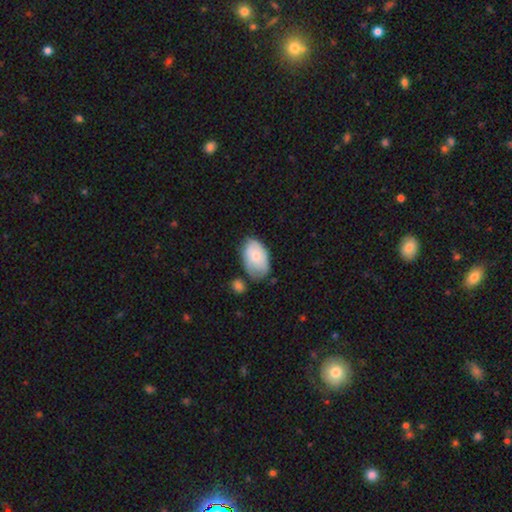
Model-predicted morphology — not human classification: A smooth galaxy with no disk features (70%) that is in between round and cigar-shaped (91%). Merging: none (54%).